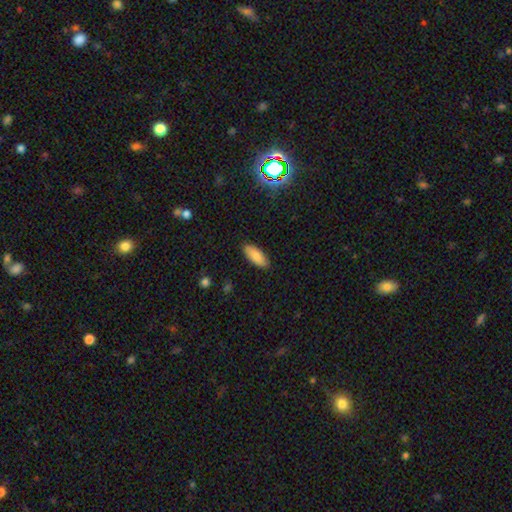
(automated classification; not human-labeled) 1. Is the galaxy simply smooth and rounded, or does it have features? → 85% smooth, 9% featured or disk, 7% star or artifact.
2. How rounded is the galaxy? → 78% in between, 21% cigar-shaped, 2% round.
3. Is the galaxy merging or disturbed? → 88% none, 9% minor disturbance, 2% major disturbance, 1% merger.